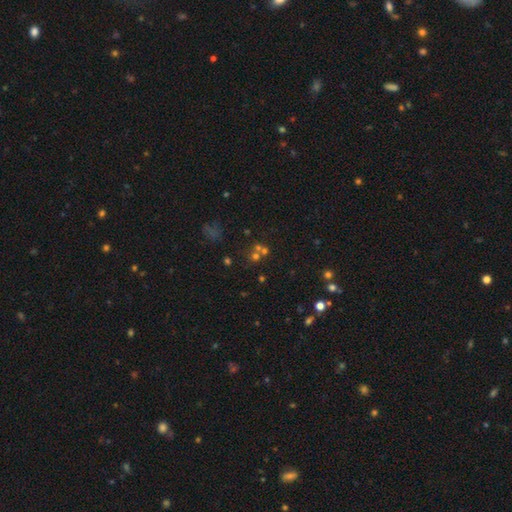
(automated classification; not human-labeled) Morphology: type=smooth (50%); roundness=round (85%); merging=none (51%).